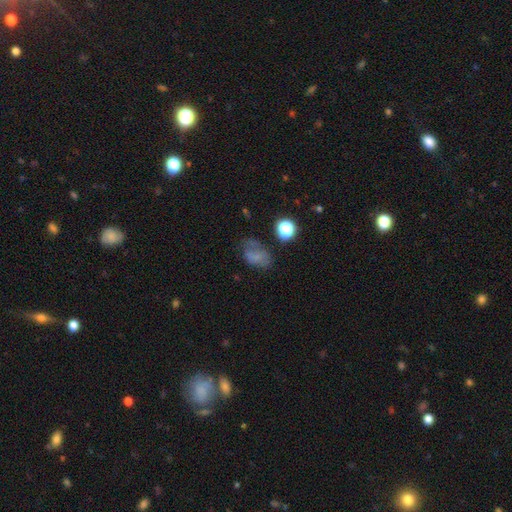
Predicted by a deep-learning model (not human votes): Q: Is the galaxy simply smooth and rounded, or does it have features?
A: smooth — 58%.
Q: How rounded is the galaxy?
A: in between — 75%.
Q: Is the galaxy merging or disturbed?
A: none — 44%.